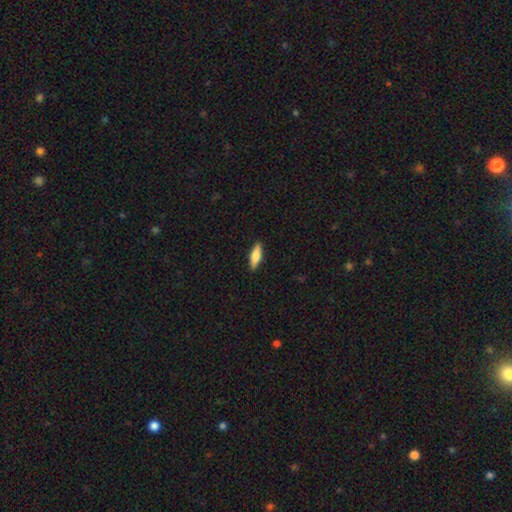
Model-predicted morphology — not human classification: This is likely a smooth galaxy (73%). How rounded: possibly in between (53%). Merging: clearly none (89%).